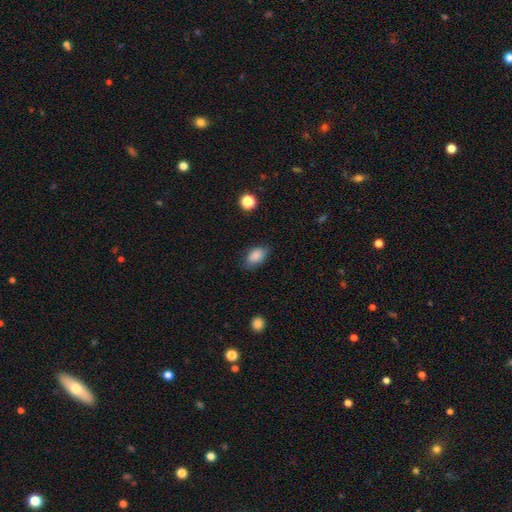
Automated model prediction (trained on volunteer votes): The model was most divided on "merging": none: 75%, minor disturbance: 20%, major disturbance: 4%, merger: 1%. More confident: how rounded — in between (89%); smooth or featured — smooth (86%).